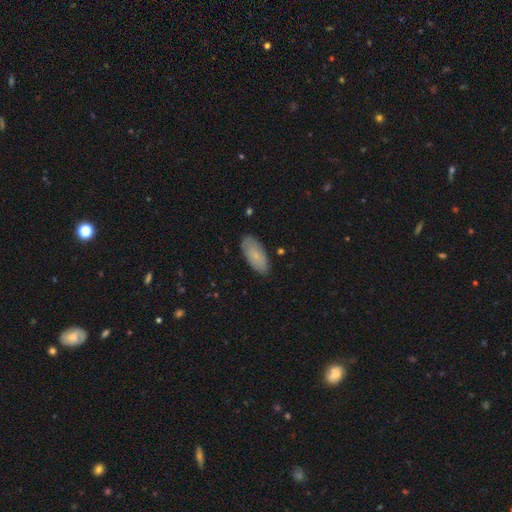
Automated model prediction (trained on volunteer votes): Q: Smooth or featured?
A: smooth (74%); runner-up: featured or disk (19%)
Q: How rounded?
A: in between (89%); runner-up: cigar-shaped (8%)
Q: Merging?
A: none (85%); runner-up: minor disturbance (12%)